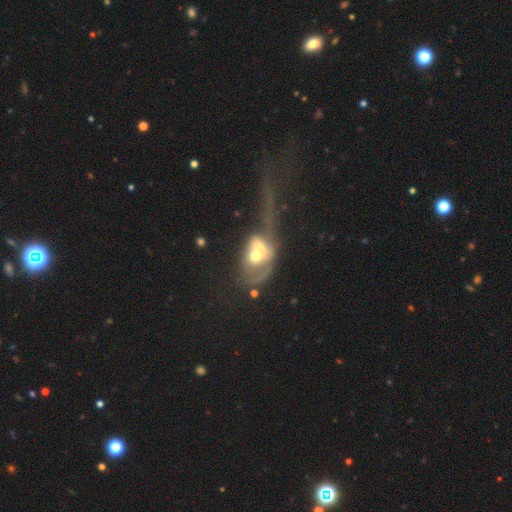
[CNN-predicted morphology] Q: Smooth or featured?
A: featured or disk (54%); runner-up: smooth (36%)
Q: Edge-on disk?
A: no (90%); runner-up: yes (10%)
Q: Merging?
A: merger (58%); runner-up: major disturbance (27%)